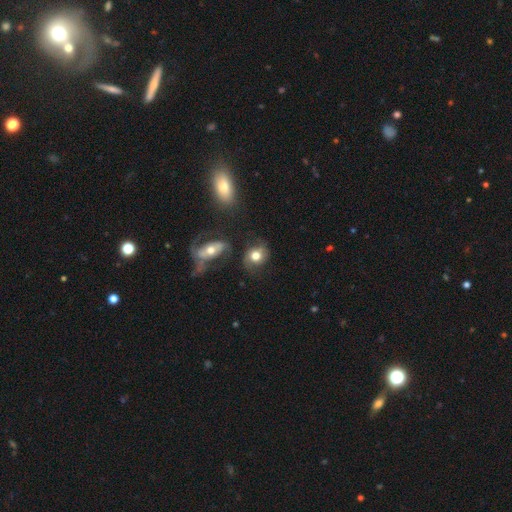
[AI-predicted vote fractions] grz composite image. It shows a smooth galaxy with no disk features (57%) that is round (61%). Merging: none (56%).